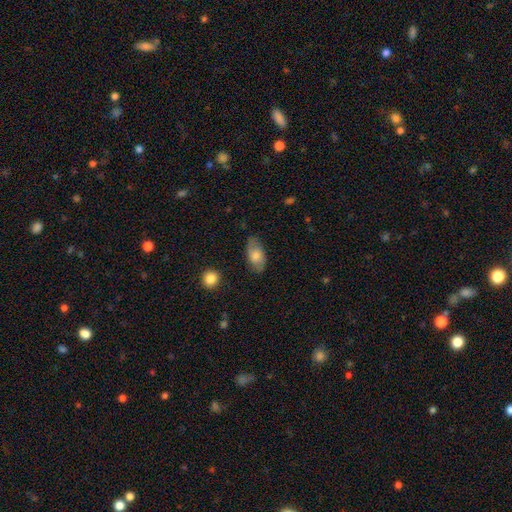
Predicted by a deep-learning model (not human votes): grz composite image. It shows a smooth galaxy with no disk features (69%) that is in between round and cigar-shaped (92%). Merging: none (75%).